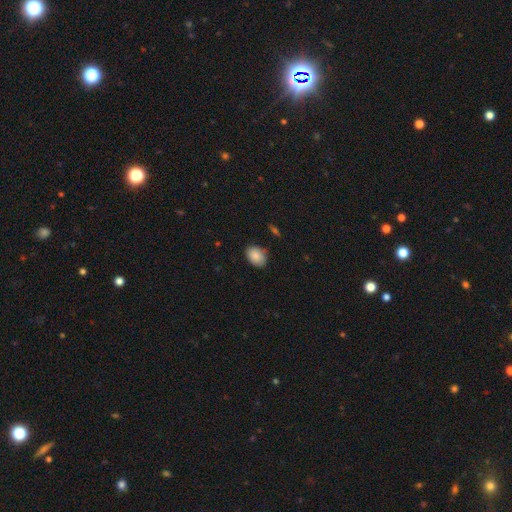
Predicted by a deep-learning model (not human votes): smooth 88%, star or artifact 7%, featured or disk 5%. Down the decision tree: how rounded — in between (77%); merging — none (81%).